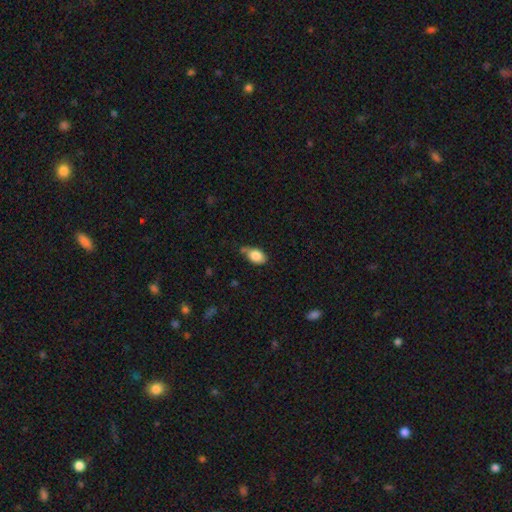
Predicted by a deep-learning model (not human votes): smooth-or-featured: smooth: 84% | featured or disk: 8% | star or artifact: 8%
  how-rounded: in between: 87% | round: 11% | cigar-shaped: 2%
  merging: none: 59% | minor disturbance: 28% | merger: 7% | major disturbance: 5%